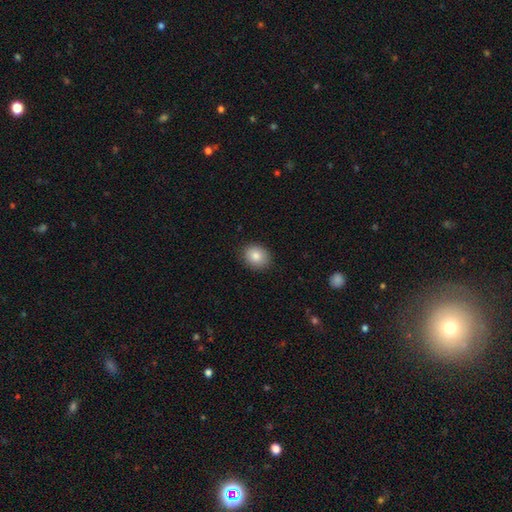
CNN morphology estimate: A smooth galaxy with no disk features (84%) that is round (60%).

Vote fractions:
- Smooth or featured? smooth: 84% / star or artifact: 8% / featured or disk: 7%
- How rounded? round: 60% / in between: 39% / cigar-shaped: 1%
- Merging? none: 87% / minor disturbance: 9% / major disturbance: 2% / merger: 1%